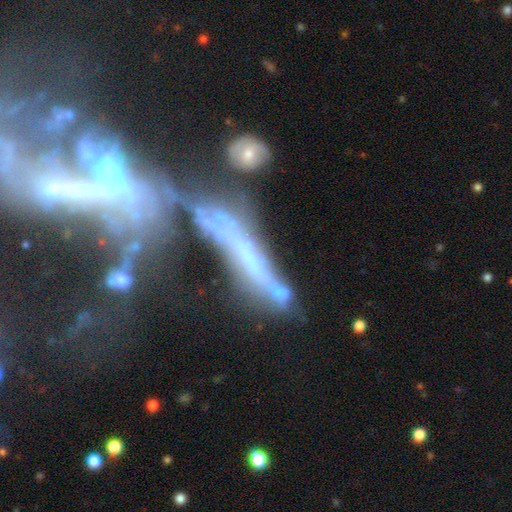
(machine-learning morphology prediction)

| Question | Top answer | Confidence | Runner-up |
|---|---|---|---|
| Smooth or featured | featured or disk | 58% | smooth (25%) |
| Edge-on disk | yes | 51% | no (49%) |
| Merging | merger | 39% | none (25%) |